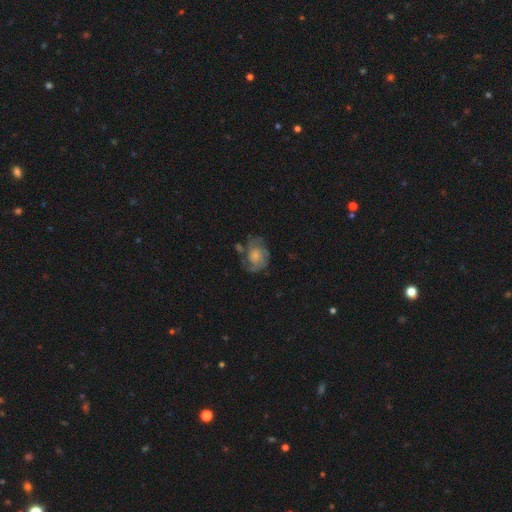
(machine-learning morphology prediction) The model was most divided on "bulge size": moderate: 35%, small: 31%, large: 16%, none: 15%, dominant: 3%. More confident: edge-on disk — no (98%); bar — no (79%); spiral arms — yes (78%); smooth or featured — featured or disk (60%); merging — none (51%).